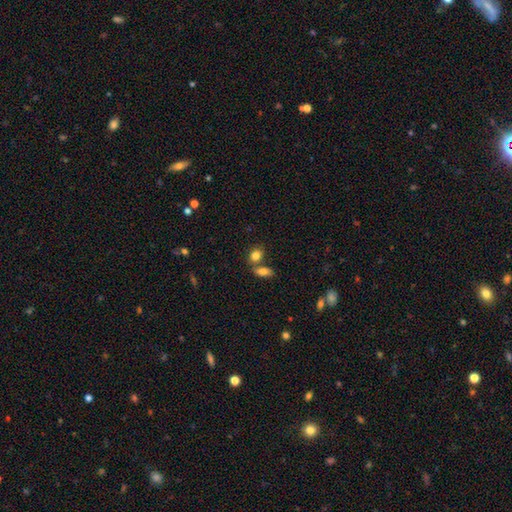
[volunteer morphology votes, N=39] Smooth or featured?
  - smooth: 90% *
  - featured or disk: 5%
  - star or artifact: 5%
How rounded?
  - in between: 74% *
  - round: 20%
  - cigar-shaped: 6%
Merging?
  - merger: 51% *
  - none: 32%
  - minor disturbance: 11%
  - major disturbance: 5%